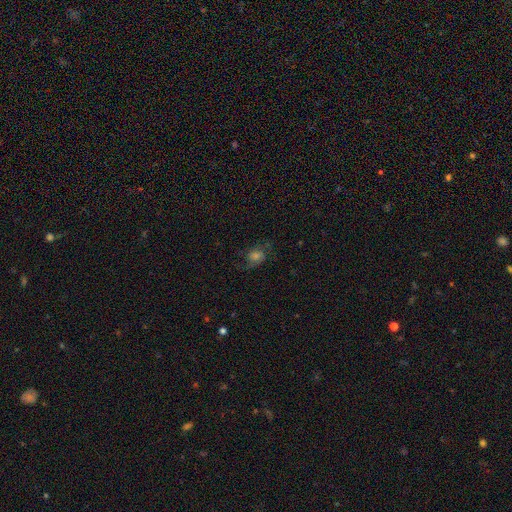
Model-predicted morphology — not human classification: This appears to be a featured or disk galaxy (46%). Merging: none (66%).